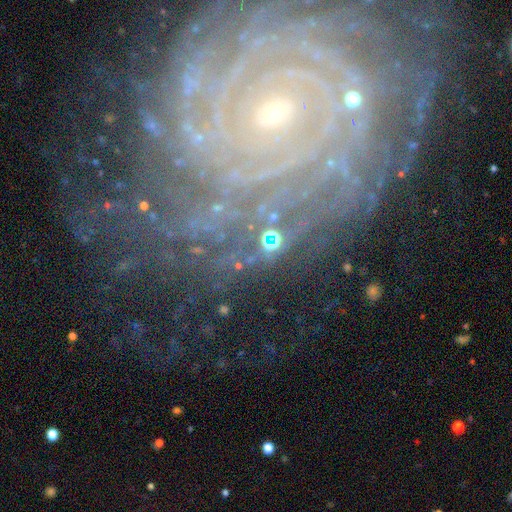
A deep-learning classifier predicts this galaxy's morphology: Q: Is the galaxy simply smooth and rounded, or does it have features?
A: featured or disk — 87%.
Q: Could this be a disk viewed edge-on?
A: no — 97%.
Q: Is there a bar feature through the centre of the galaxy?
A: no — 66%.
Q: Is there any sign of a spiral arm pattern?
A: yes — 98%.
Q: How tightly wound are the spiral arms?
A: tight — 87%.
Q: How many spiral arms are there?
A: more than 4 — 28%.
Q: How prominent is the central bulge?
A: small — 74%.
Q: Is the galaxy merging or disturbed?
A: none — 76%.